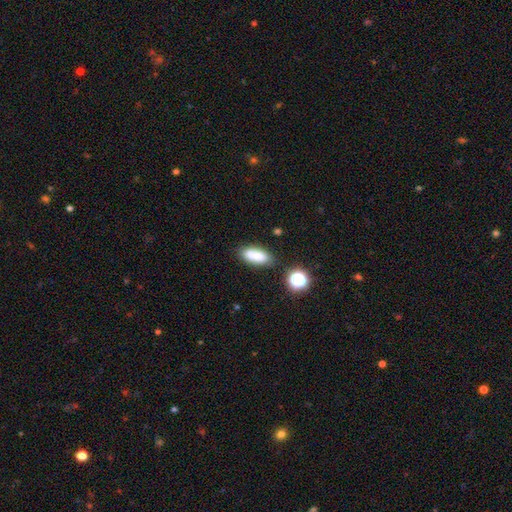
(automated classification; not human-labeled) Overall: smooth (73%). How rounded: in between (78%). Merging: none (63%).